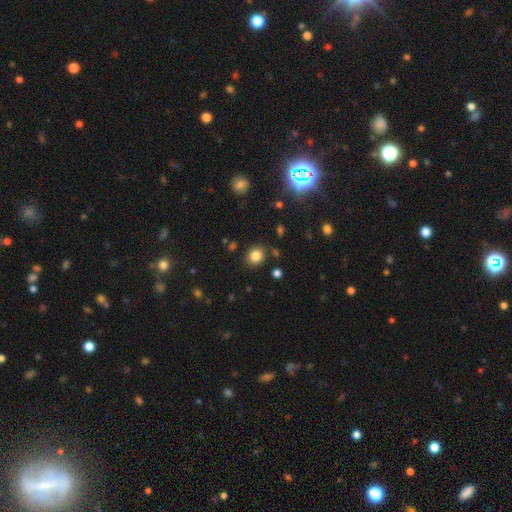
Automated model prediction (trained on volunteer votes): smooth_or_featured: smooth (p=0.82) [alt: star or artifact p=0.12]
how_rounded: round (p=0.72) [alt: in between p=0.28]
merging: none (p=0.85) [alt: minor disturbance p=0.09]